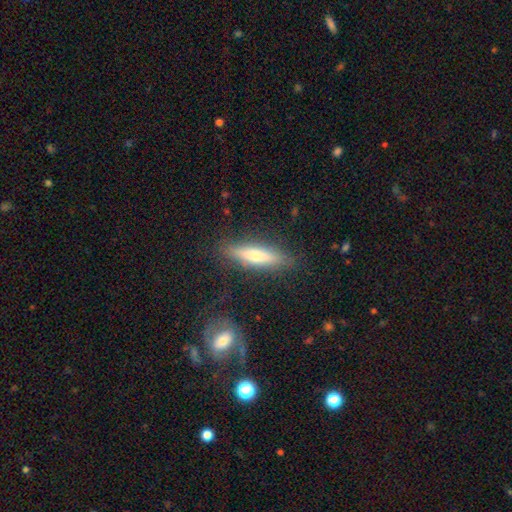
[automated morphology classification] Q: Smooth or featured?
A: smooth (51%); runner-up: featured or disk (42%)
Q: How rounded?
A: cigar-shaped (81%); runner-up: in between (17%)
Q: Merging?
A: none (84%); runner-up: minor disturbance (11%)